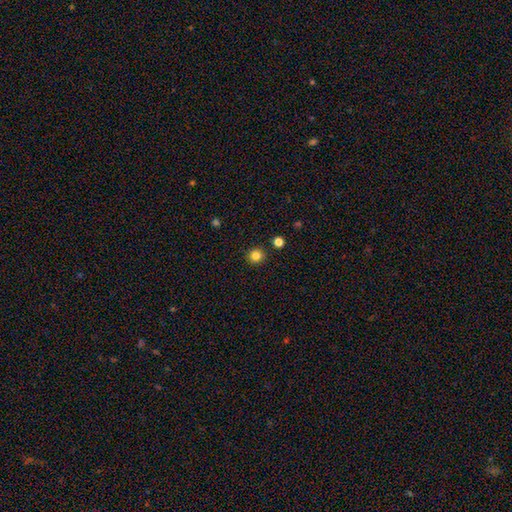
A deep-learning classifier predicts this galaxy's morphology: Q: Smooth or featured?
A: smooth (83%); runner-up: star or artifact (13%)
Q: How rounded?
A: round (93%); runner-up: in between (6%)
Q: Merging?
A: none (91%); runner-up: minor disturbance (5%)